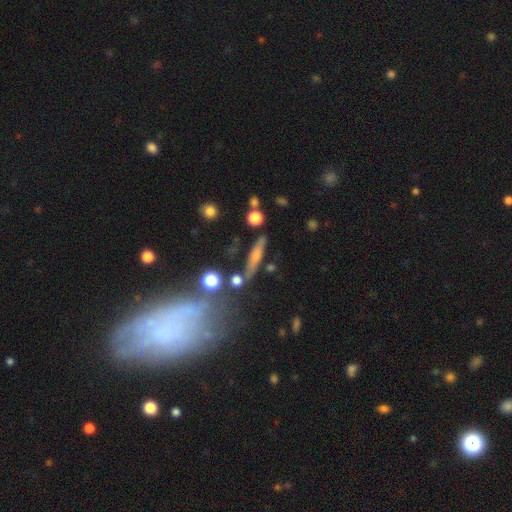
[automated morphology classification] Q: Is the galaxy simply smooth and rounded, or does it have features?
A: smooth — 56%.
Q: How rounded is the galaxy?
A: cigar-shaped — 78%.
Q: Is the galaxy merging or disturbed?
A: none — 72%.